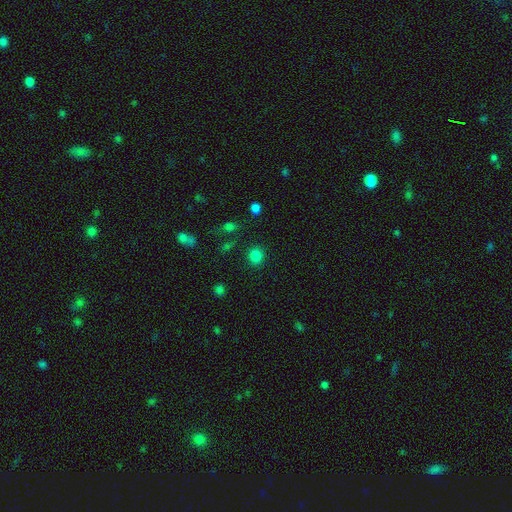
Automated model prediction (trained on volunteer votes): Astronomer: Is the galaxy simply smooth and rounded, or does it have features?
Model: smooth — 83%.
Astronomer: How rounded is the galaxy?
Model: round — 79%.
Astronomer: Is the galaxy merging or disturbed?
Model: none — 86%.